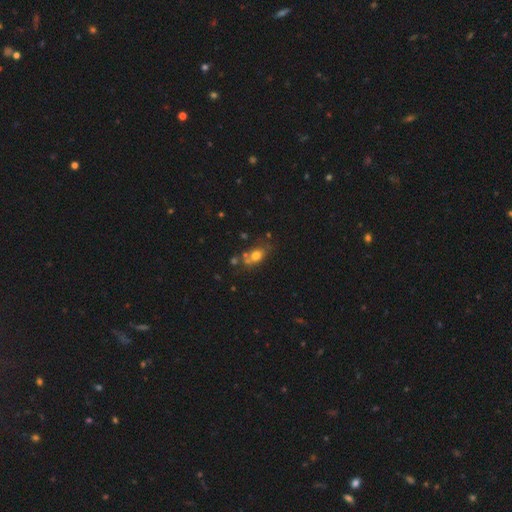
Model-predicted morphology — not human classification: This appears to be a smooth galaxy with no disk features (68%) that is in between round and cigar-shaped (60%). Merging: none (52%).